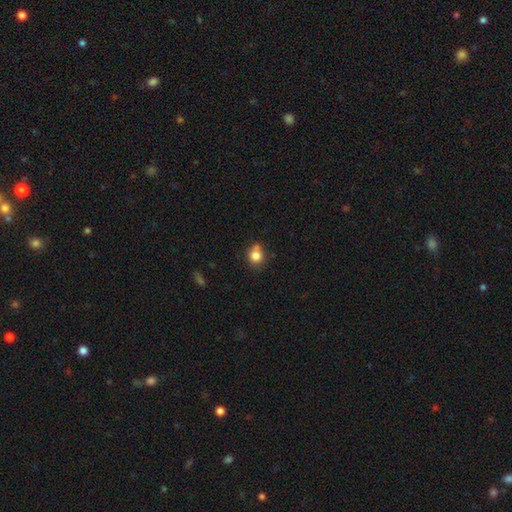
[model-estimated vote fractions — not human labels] Smooth or featured: smooth — 81% (star or artifact — 11%)
How rounded: round — 76% (in between — 23%)
Merging: none — 60% (minor disturbance — 24%)